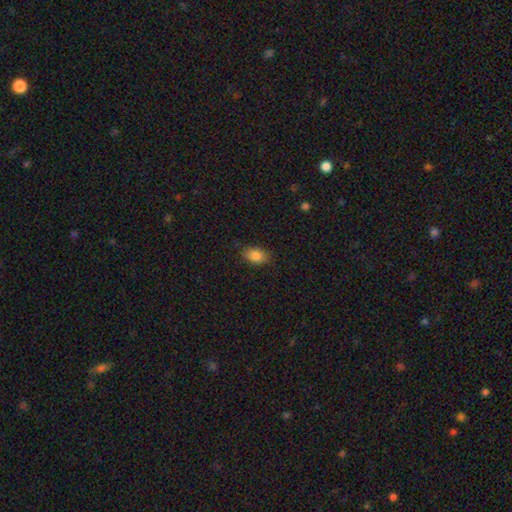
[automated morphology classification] smooth-or-featured: smooth: 85% | star or artifact: 9% | featured or disk: 7%
  how-rounded: in between: 86% | round: 12% | cigar-shaped: 2%
  merging: none: 83% | minor disturbance: 13% | major disturbance: 3% | merger: 1%